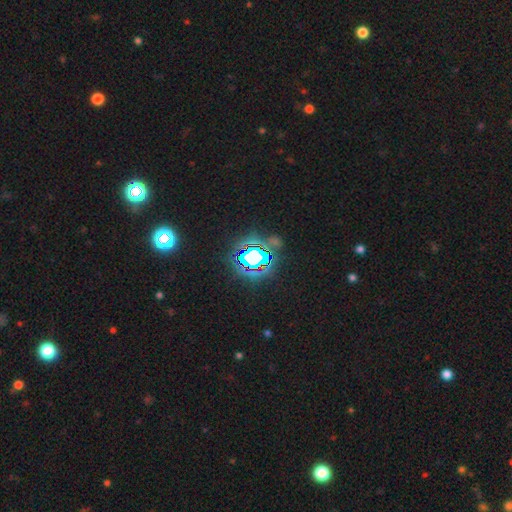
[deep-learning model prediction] Smooth or featured? Predicted: star or artifact (p=0.70).